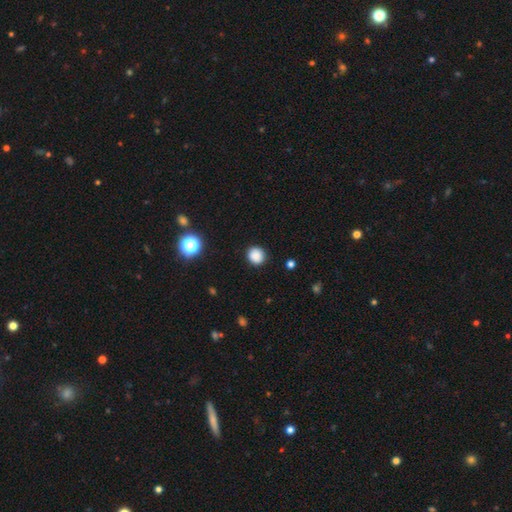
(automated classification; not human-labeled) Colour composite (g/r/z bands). It shows a smooth galaxy with no disk features (86%) that is round (86%). Merging: none (89%).